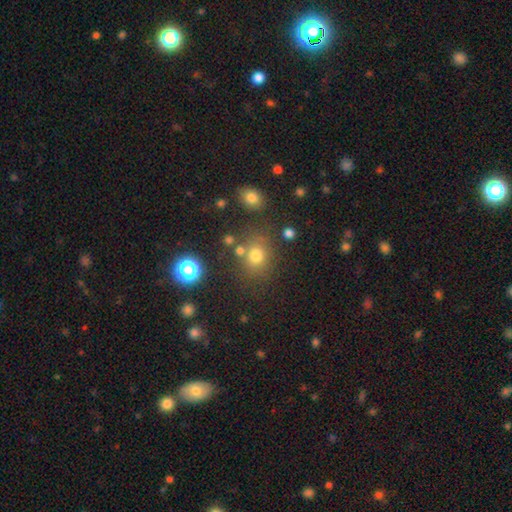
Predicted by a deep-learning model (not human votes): This is likely a smooth galaxy (72%). How rounded: likely round (73%). Merging: likely none (73%).